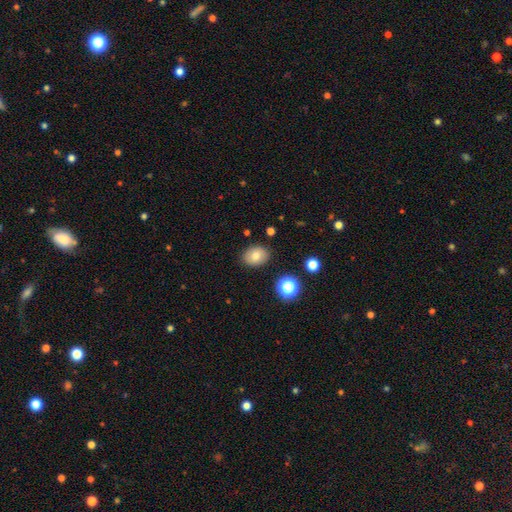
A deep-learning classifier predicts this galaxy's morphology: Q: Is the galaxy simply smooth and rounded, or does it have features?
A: smooth — 79%.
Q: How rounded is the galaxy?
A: in between — 64%.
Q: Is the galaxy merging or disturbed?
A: none — 86%.